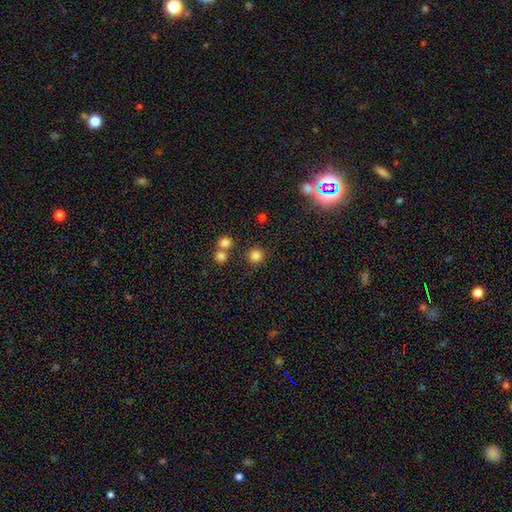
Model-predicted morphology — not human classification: Smooth or featured?
  - smooth: 82% *
  - star or artifact: 14%
  - featured or disk: 4%
How rounded?
  - round: 93% *
  - in between: 6%
  - cigar-shaped: 1%
Merging?
  - none: 83% *
  - merger: 8%
  - minor disturbance: 6%
  - major disturbance: 3%